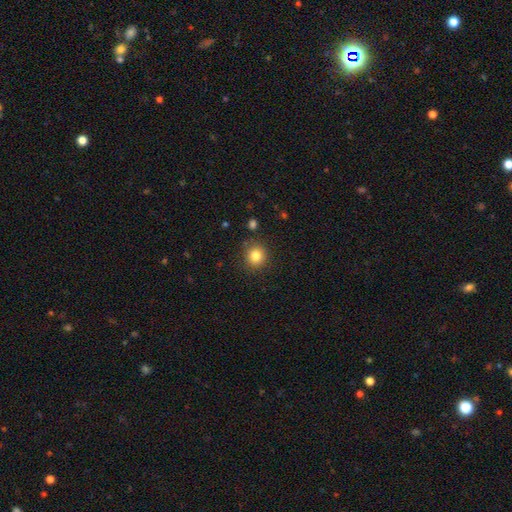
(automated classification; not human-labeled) Smooth or featured? Predicted: smooth (p=0.83). How rounded? Predicted: round (p=0.90). Merging? Predicted: none (p=0.87).